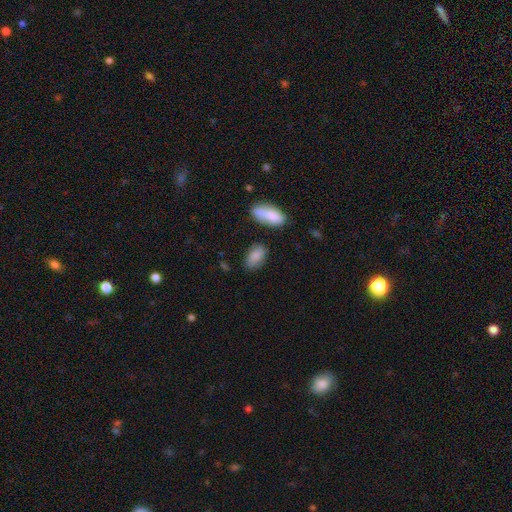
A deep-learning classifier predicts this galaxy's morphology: Overall: smooth (86%). How rounded: in between (92%). Merging: none (72%).